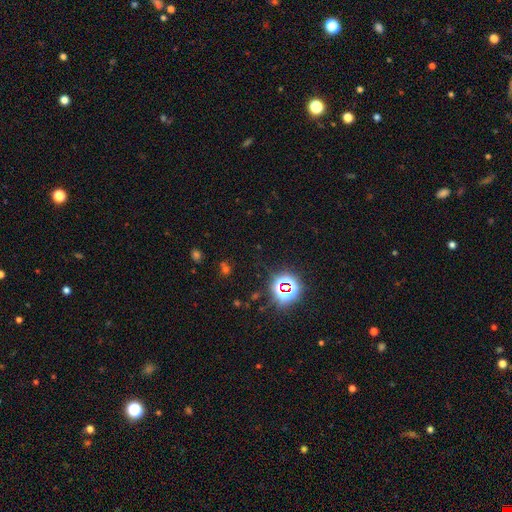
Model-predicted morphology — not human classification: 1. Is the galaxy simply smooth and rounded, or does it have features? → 75% star or artifact, 17% smooth, 8% featured or disk.